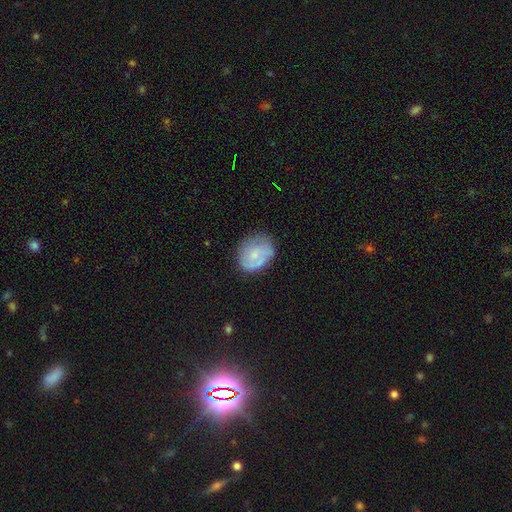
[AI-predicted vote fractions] A smooth galaxy with no disk features (48%).

Vote fractions:
- Smooth or featured? smooth: 48% / featured or disk: 44% / star or artifact: 7%
- Merging? none: 63% / minor disturbance: 25% / major disturbance: 9% / merger: 2%